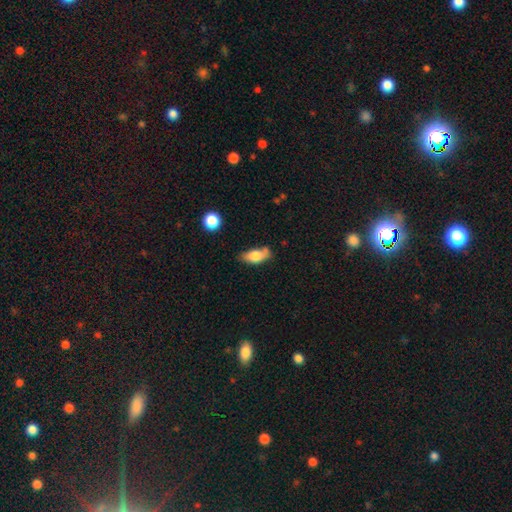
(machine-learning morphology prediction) A smooth galaxy with no disk features (75%) that is in between round and cigar-shaped (85%).

Vote fractions:
- Smooth or featured? smooth: 75% / featured or disk: 17% / star or artifact: 8%
- How rounded? in between: 85% / cigar-shaped: 11% / round: 5%
- Merging? none: 52% / minor disturbance: 29% / merger: 11% / major disturbance: 8%